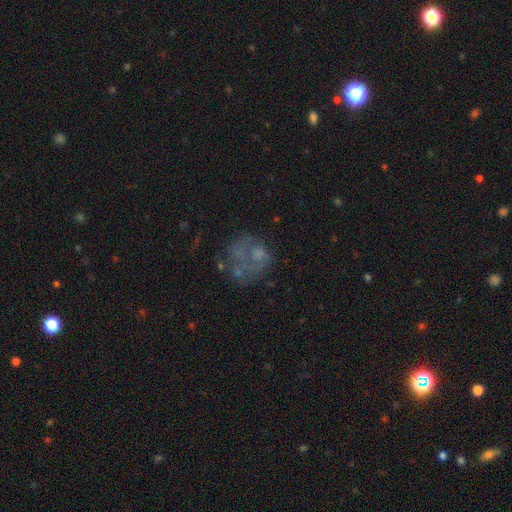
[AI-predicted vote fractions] A featured or disk galaxy (48%). Merging: none (37%).